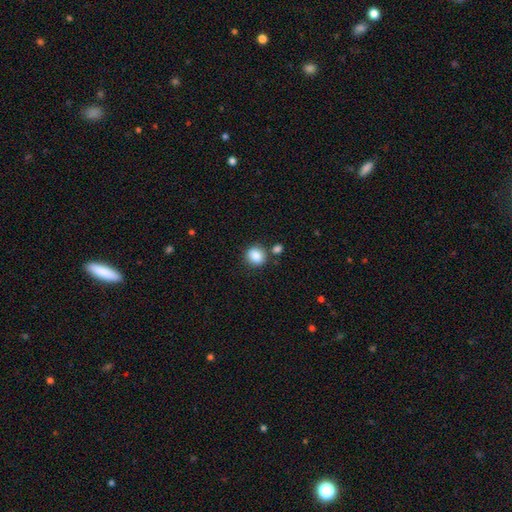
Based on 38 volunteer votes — This is clearly a smooth galaxy (95%). How rounded: clearly round (81%). Merging: clearly none (81%).